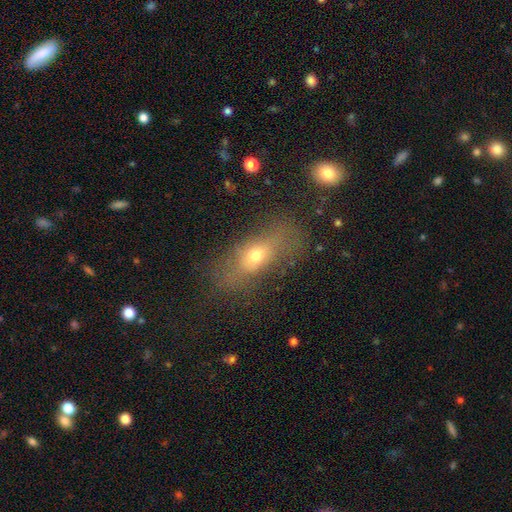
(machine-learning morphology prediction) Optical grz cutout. It shows a smooth galaxy with no disk features (61%) that is in between round and cigar-shaped (73%). Merging: none (55%).